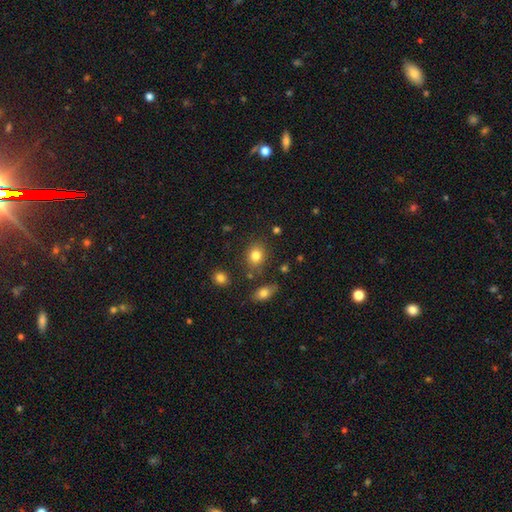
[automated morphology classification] Smooth or featured: smooth — 81% (star or artifact — 11%)
How rounded: round — 54% (in between — 45%)
Merging: none — 78% (minor disturbance — 12%)